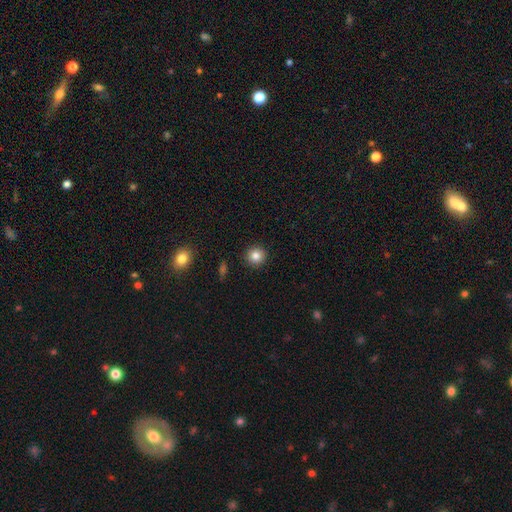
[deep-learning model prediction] Smooth or featured? smooth (84%)
How rounded? round (94%)
Merging? none (92%)